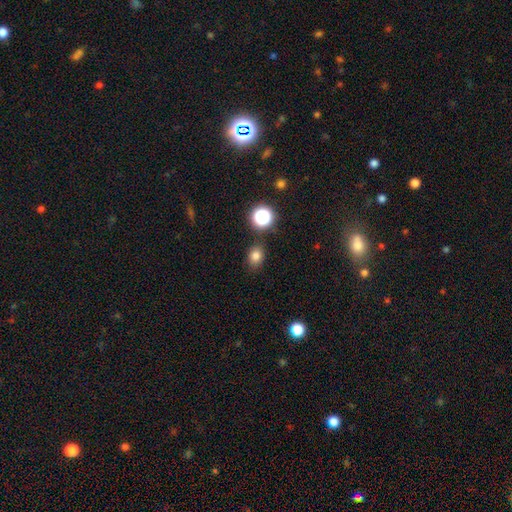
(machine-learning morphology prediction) The model was most divided on "how rounded": round: 54%, in between: 45%, cigar-shaped: 1%. More confident: merging — none (83%); smooth or featured — smooth (79%).